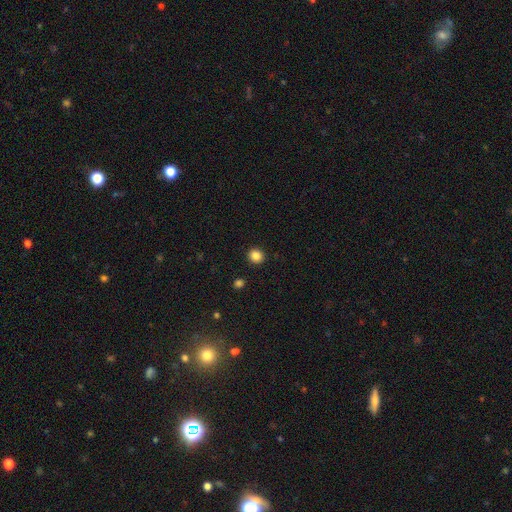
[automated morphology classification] smooth 86%, star or artifact 11%, featured or disk 3%. Down the decision tree: how rounded — round (87%); merging — none (92%).